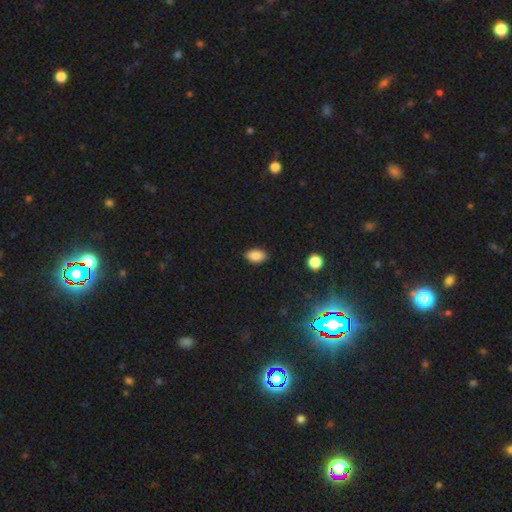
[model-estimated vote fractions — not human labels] A smooth galaxy with no disk features (87%) that is in between round and cigar-shaped (90%). Merging: none (88%).